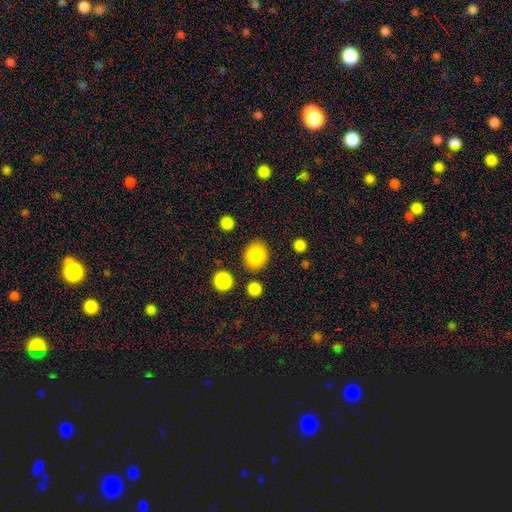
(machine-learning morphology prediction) smooth-or-featured: smooth: 85% | star or artifact: 9% | featured or disk: 6%
  how-rounded: round: 72% | in between: 27% | cigar-shaped: 1%
  merging: none: 83% | minor disturbance: 9% | merger: 5% | major disturbance: 3%